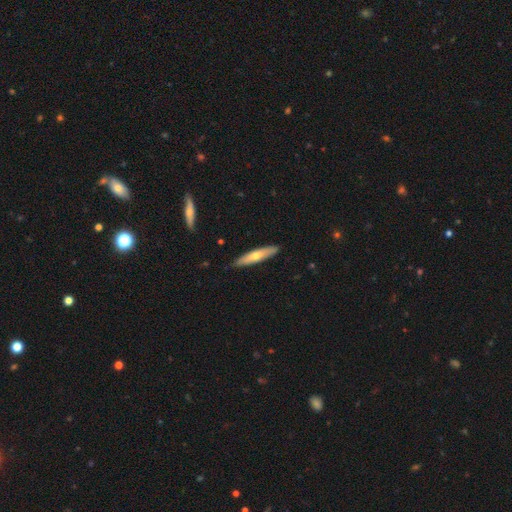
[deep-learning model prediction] This appears to be a smooth galaxy with no disk features (58%) that is cigar-shaped (84%). Merging: none (88%).